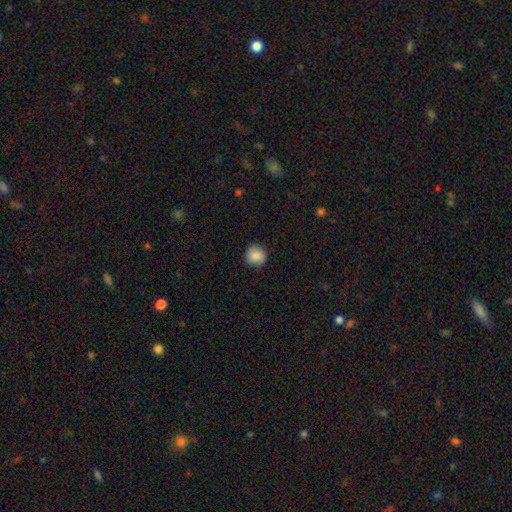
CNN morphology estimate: type=smooth (86%); roundness=round (92%); merging=none (89%).